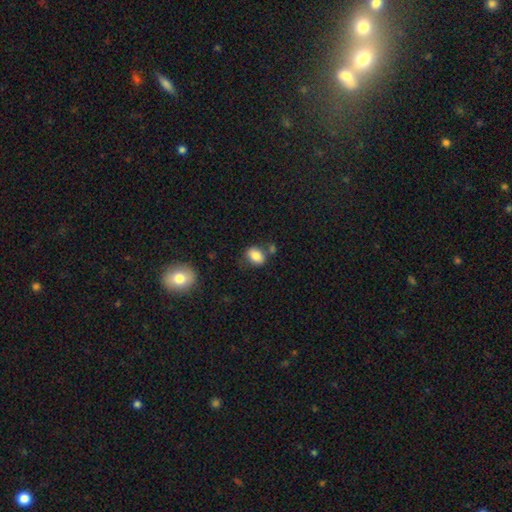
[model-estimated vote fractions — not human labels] Overall: smooth (84%). How rounded: in between (69%; round 30%). Merging: none (60%; minor disturbance 21%).